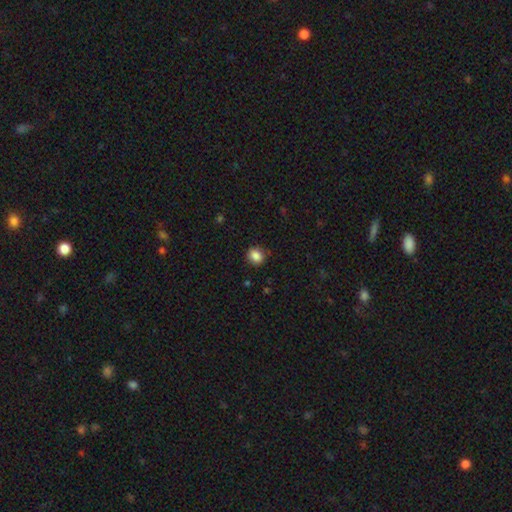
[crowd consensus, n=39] This is clearly a smooth galaxy (82%). How rounded: likely round (75%). Merging: clearly none (89%).